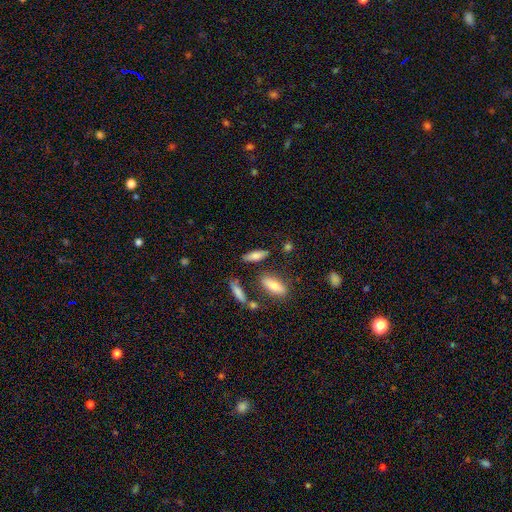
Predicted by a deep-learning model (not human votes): Morphology: type=smooth (75%); roundness=in between (53%); merging=none (74%).